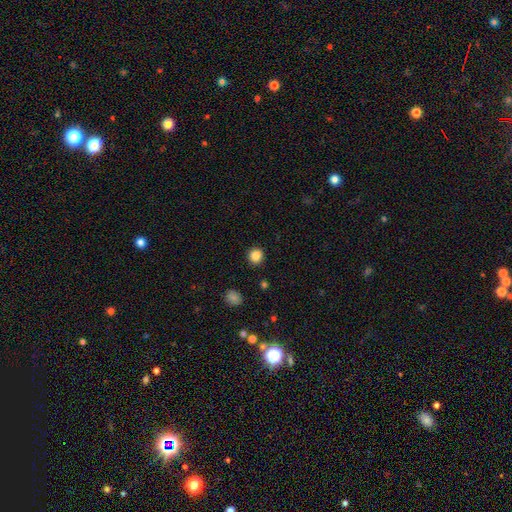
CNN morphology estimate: Smooth or featured? smooth (86%)
How rounded? round (90%)
Merging? none (90%)